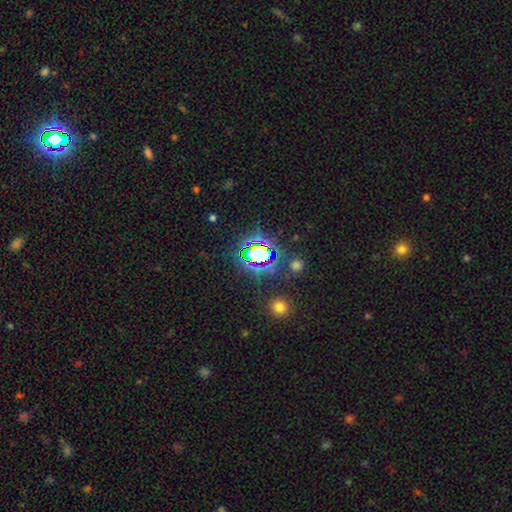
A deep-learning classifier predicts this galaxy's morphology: A star or artifact, not a galaxy (71%).

Vote fractions:
- Smooth or featured? star or artifact: 71% / smooth: 19% / featured or disk: 10%